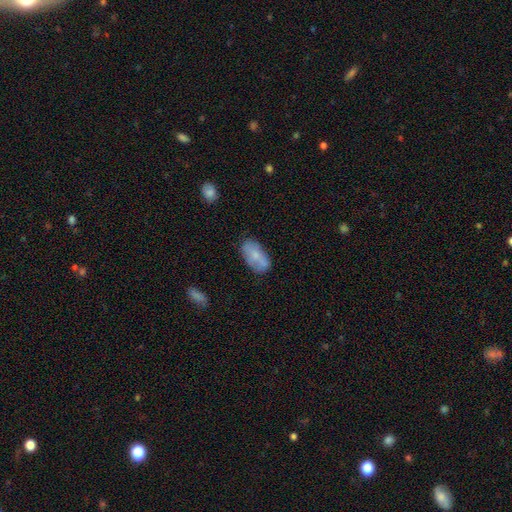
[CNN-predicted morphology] The model was most divided on "smooth or featured": smooth: 68%, featured or disk: 25%, star or artifact: 7%. More confident: how rounded — in between (91%); merging — none (68%).